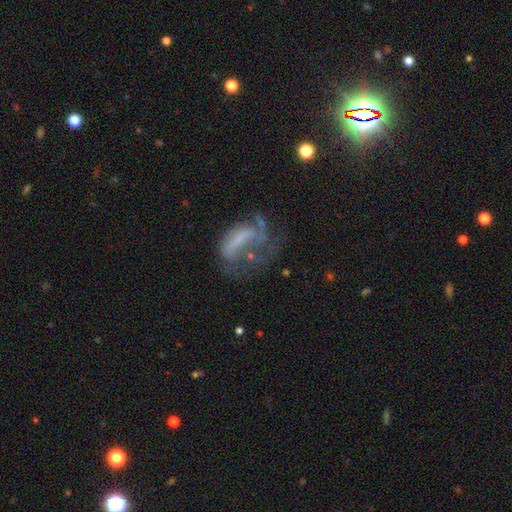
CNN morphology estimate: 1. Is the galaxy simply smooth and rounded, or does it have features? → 47% featured or disk, 31% star or artifact, 22% smooth.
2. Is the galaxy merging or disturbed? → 41% major disturbance, 34% none, 20% minor disturbance, 5% merger.